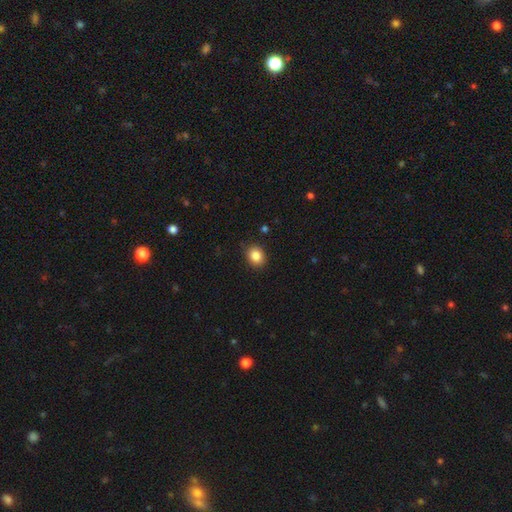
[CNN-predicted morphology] This appears to be a smooth galaxy with no disk features (85%) that is round (61%). Merging: none (87%).